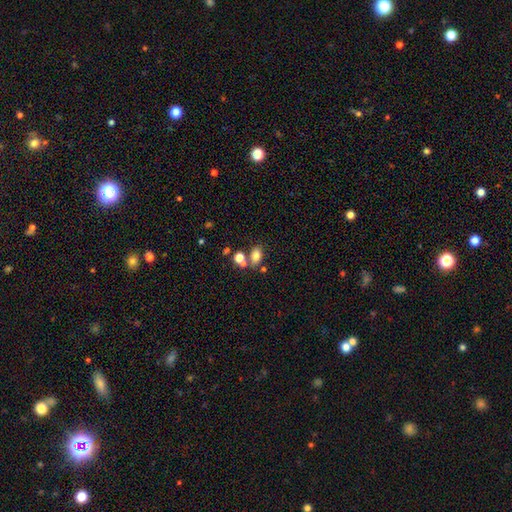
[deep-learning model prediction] Overall: smooth (76%). How rounded: in between (79%). Merging: none (56%; merger 27%).